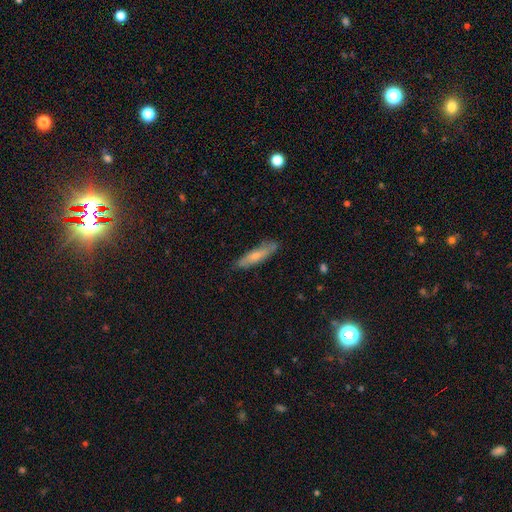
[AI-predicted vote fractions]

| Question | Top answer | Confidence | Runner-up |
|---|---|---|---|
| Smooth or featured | smooth | 65% | featured or disk (29%) |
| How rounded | cigar-shaped | 82% | in between (17%) |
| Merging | none | 80% | minor disturbance (15%) |